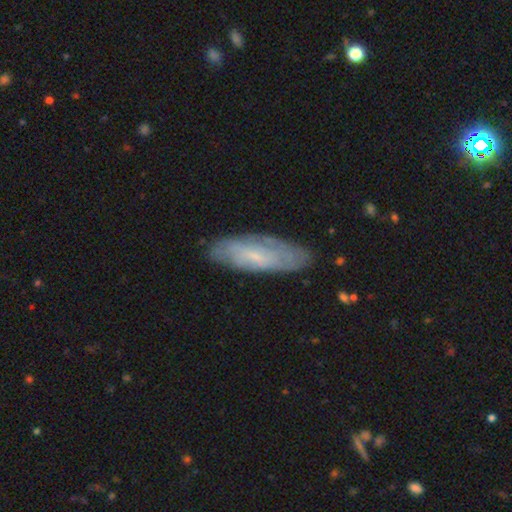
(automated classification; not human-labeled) Morphology: type=featured or disk (53%); edge-on=no (76%); merging=none (78%).